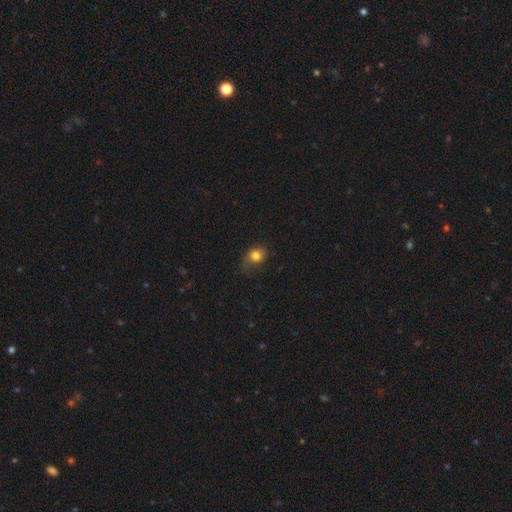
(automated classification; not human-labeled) smooth_or_featured: smooth (p=0.80) [alt: star or artifact p=0.11]
how_rounded: round (p=0.57) [alt: in between p=0.42]
merging: none (p=0.58) [alt: minor disturbance p=0.29]